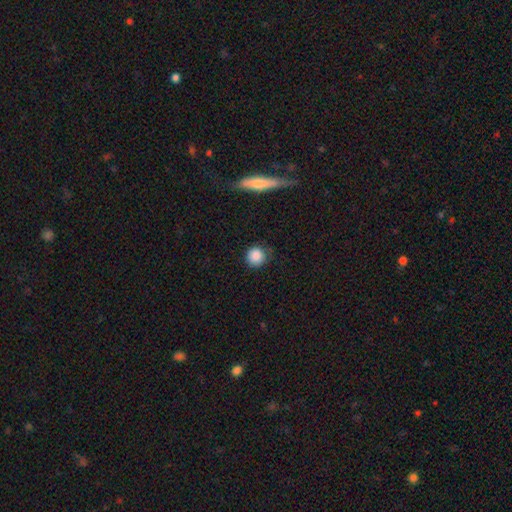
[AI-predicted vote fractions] Q: Smooth or featured?
A: smooth (87%); runner-up: star or artifact (9%)
Q: How rounded?
A: round (93%); runner-up: in between (6%)
Q: Merging?
A: none (82%); runner-up: minor disturbance (13%)